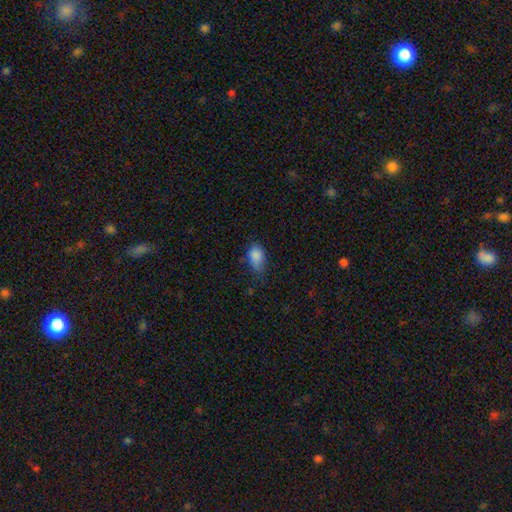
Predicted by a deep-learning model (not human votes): This appears to be a smooth galaxy with no disk features (84%) that is in between round and cigar-shaped (85%). Merging: none (43%).